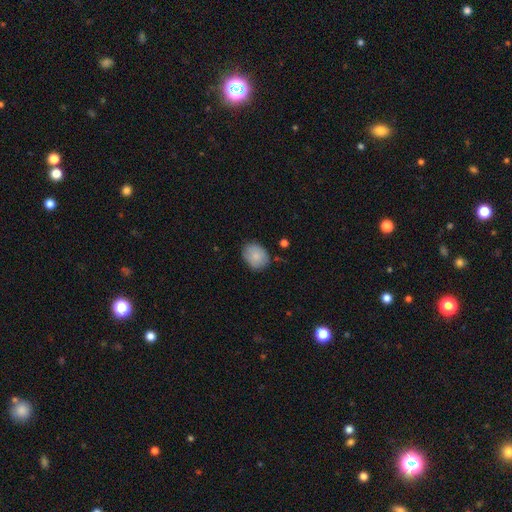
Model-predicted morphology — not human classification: A smooth galaxy with no disk features (83%) that is round (55%).

Vote fractions:
- Smooth or featured? smooth: 83% / featured or disk: 10% / star or artifact: 7%
- How rounded? round: 55% / in between: 44% / cigar-shaped: 1%
- Merging? none: 76% / minor disturbance: 18% / major disturbance: 3% / merger: 2%